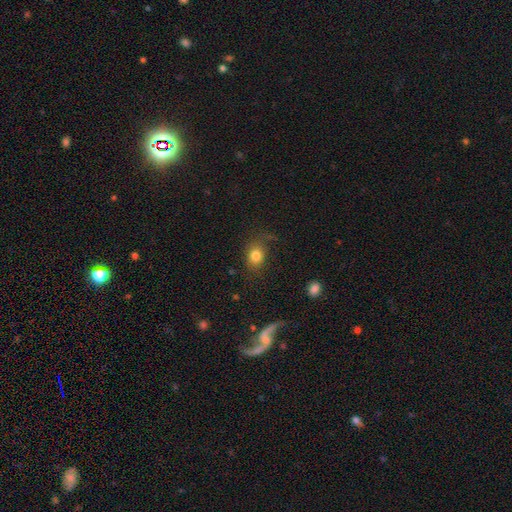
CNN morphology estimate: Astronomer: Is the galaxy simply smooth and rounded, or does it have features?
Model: smooth — 80%.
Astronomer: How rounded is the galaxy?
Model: in between — 50% (runner-up: round, 49%).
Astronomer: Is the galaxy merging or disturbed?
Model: none — 72%.